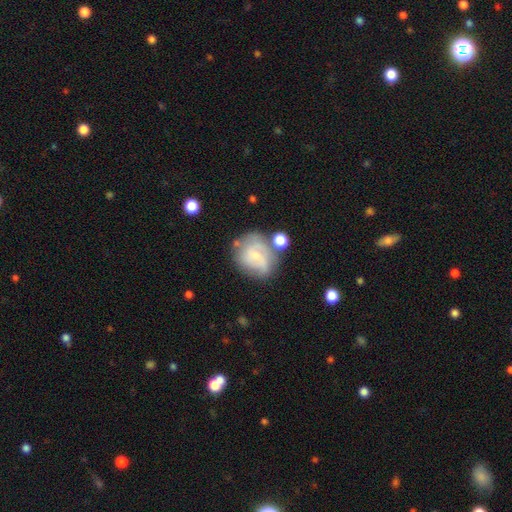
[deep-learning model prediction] Smooth or featured: featured or disk — 55% (smooth — 36%)
Edge-on disk: no — 97% (yes — 3%)
Bar: no — 60% (weak — 34%)
Spiral arms: yes — 74% (no — 26%)
Bulge size: small — 67% (moderate — 25%)
Merging: none — 51% (minor disturbance — 23%)